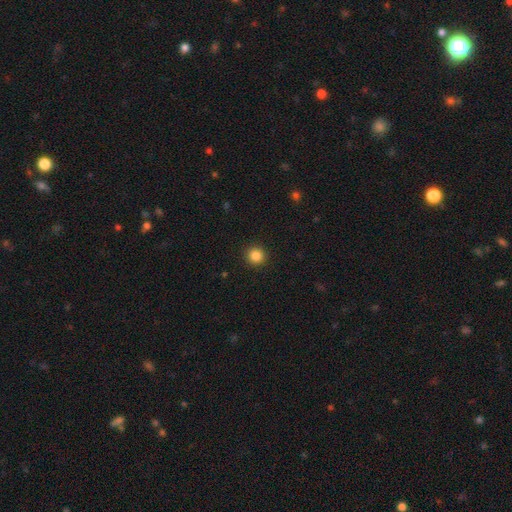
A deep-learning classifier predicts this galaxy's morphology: The model was most divided on "smooth or featured": smooth: 85%, star or artifact: 11%, featured or disk: 4%. More confident: how rounded — round (93%); merging — none (92%).